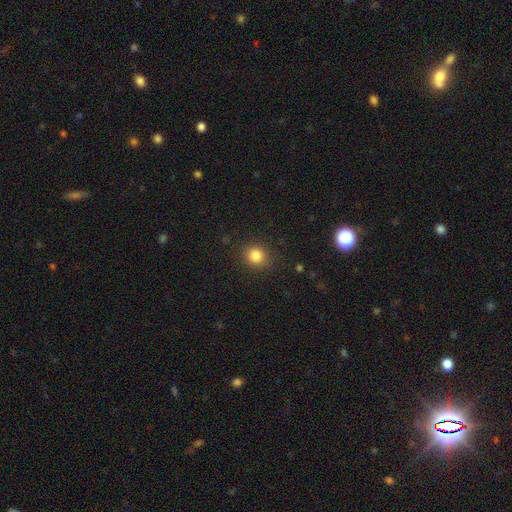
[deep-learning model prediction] Smooth or featured? Predicted: smooth (p=0.83). How rounded? Predicted: round (p=0.81). Merging? Predicted: none (p=0.86).